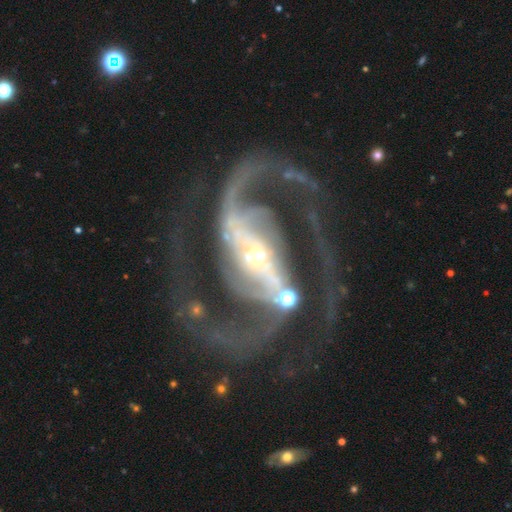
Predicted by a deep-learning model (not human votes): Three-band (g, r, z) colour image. It shows a featured or disk galaxy (94%) with a strong bar (67%), 2 (87%) medium (65%) spiral arms (98%) and a small central bulge (63%). Merging: none (69%).